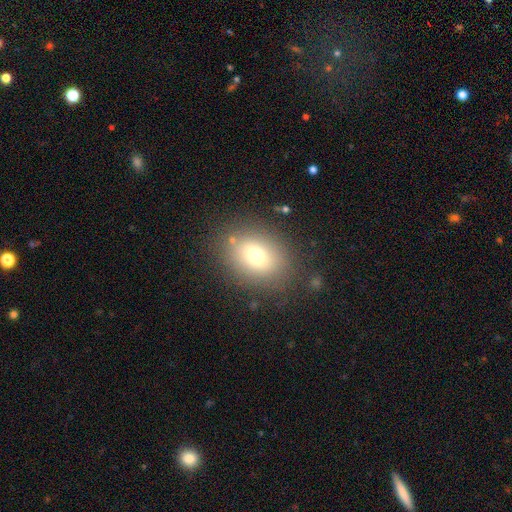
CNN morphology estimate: This appears to be a smooth galaxy with no disk features (70%) that is in between round and cigar-shaped (53%). Merging: none (80%).